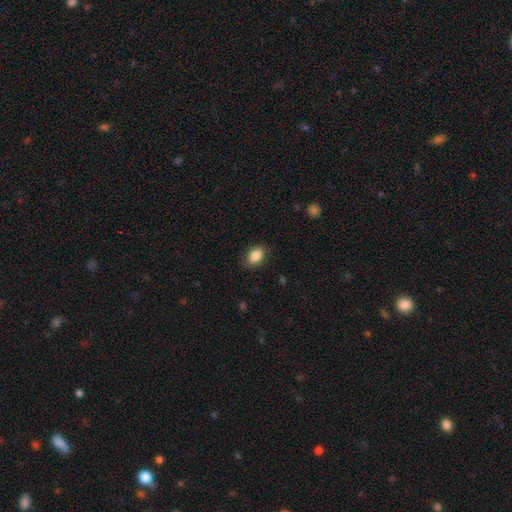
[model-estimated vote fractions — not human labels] smooth 87%, star or artifact 8%, featured or disk 5%. Down the decision tree: how rounded — in between (79%); merging — none (83%).